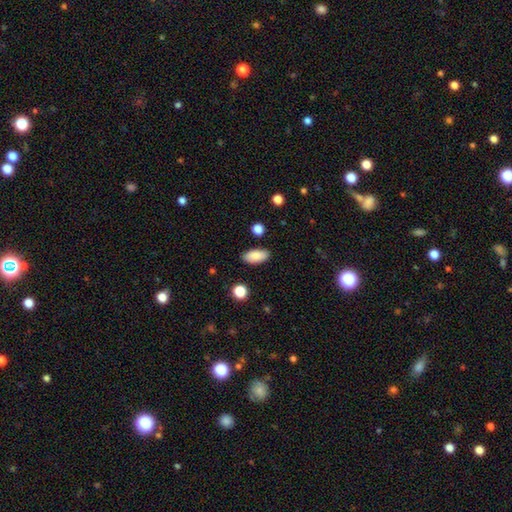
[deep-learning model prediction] smooth_or_featured: smooth (p=0.86) [alt: star or artifact p=0.07]
how_rounded: in between (p=0.91) [alt: cigar-shaped p=0.07]
merging: none (p=0.88) [alt: minor disturbance p=0.09]